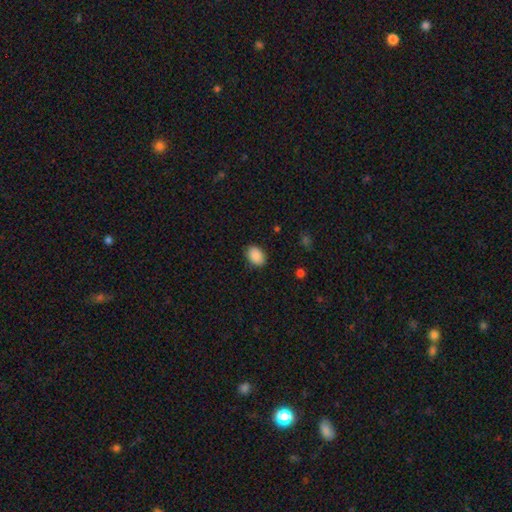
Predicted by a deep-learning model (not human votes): The model was most divided on "how rounded": in between: 76%, round: 23%, cigar-shaped: 1%. More confident: smooth or featured — smooth (90%); merging — none (87%).